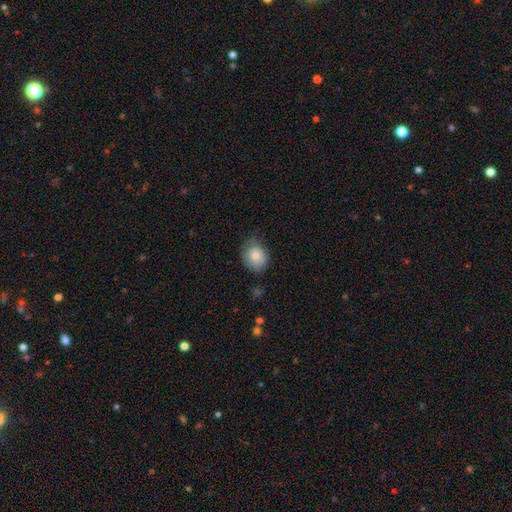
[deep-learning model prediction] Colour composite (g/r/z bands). It shows a smooth galaxy with no disk features (80%) that is round (62%). Merging: none (61%).